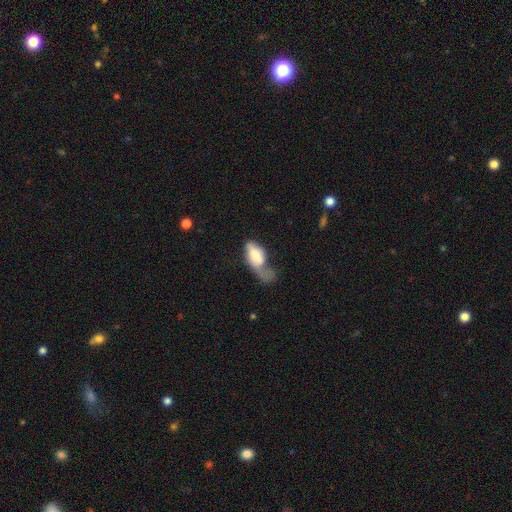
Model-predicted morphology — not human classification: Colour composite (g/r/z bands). It shows a smooth galaxy with no disk features (65%) that is in between round and cigar-shaped (89%). Merging: major disturbance (54%).